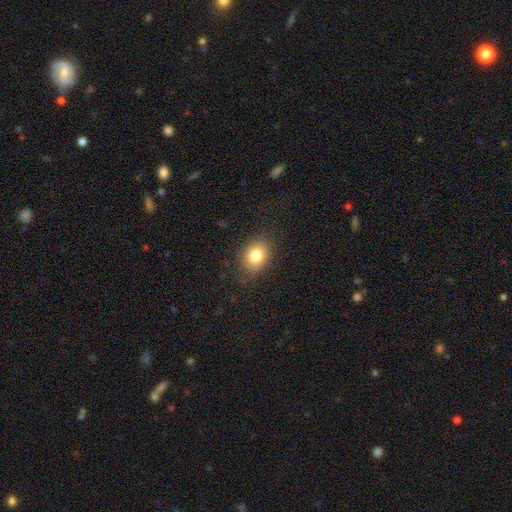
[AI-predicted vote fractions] A smooth galaxy with no disk features (81%) that is in between round and cigar-shaped (65%).

Vote fractions:
- Smooth or featured? smooth: 81% / star or artifact: 10% / featured or disk: 9%
- How rounded? in between: 65% / round: 34% / cigar-shaped: 1%
- Merging? none: 85% / minor disturbance: 11% / major disturbance: 3% / merger: 1%